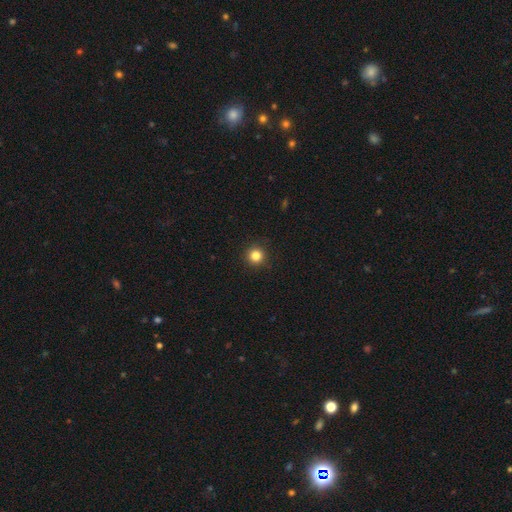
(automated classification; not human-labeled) Smooth or featured: smooth — 83% (star or artifact — 13%)
How rounded: round — 95% (in between — 4%)
Merging: none — 92% (minor disturbance — 5%)